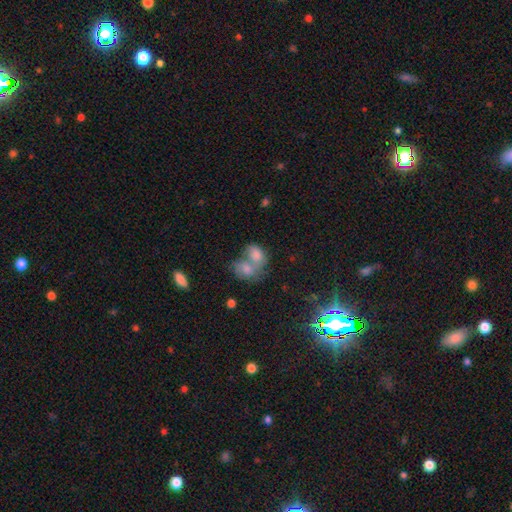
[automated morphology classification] Smooth or featured? smooth (63%)
How rounded? in between (73%)
Merging? merger (66%)